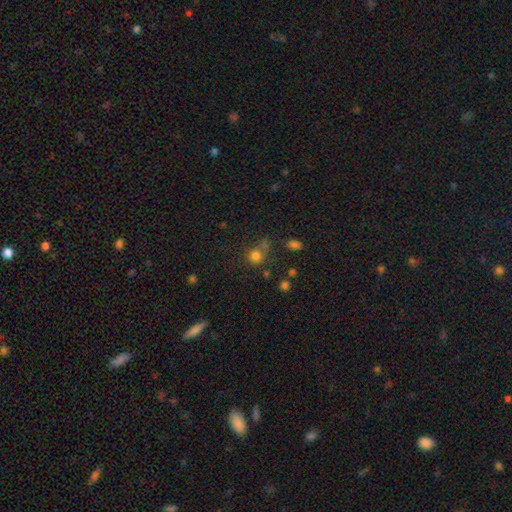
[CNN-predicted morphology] The model was most divided on "merging": none: 58%, merger: 17%, minor disturbance: 16%, major disturbance: 9%. More confident: how rounded — round (85%); smooth or featured — smooth (77%).